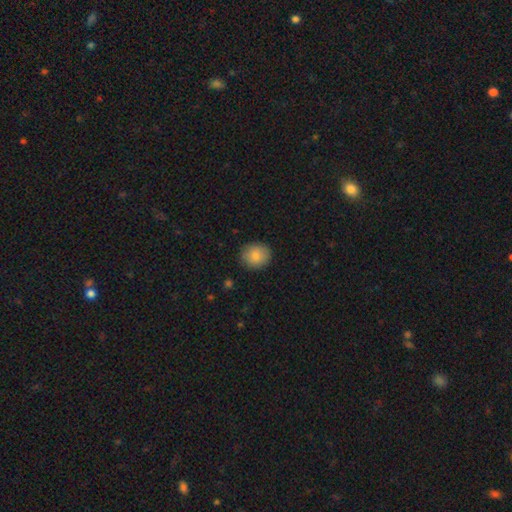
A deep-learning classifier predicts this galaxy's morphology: Smooth or featured?
  - smooth: 86% *
  - star or artifact: 8%
  - featured or disk: 6%
How rounded?
  - round: 80% *
  - in between: 19%
  - cigar-shaped: 1%
Merging?
  - none: 89% *
  - minor disturbance: 8%
  - major disturbance: 2%
  - merger: 1%